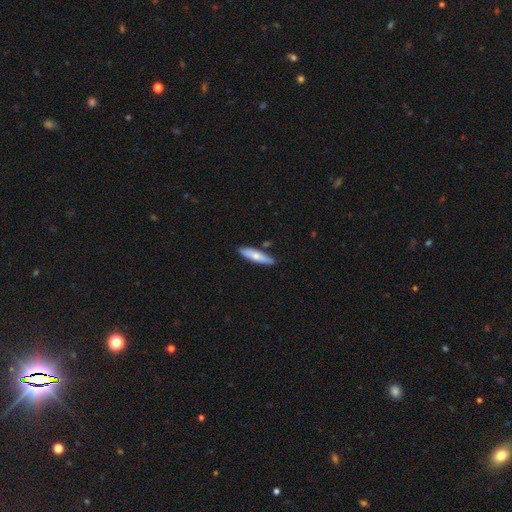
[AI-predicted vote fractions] smooth-or-featured: smooth: 66% | featured or disk: 28% | star or artifact: 6%
  how-rounded: cigar-shaped: 69% | in between: 29% | round: 2%
  merging: none: 83% | minor disturbance: 11% | merger: 3% | major disturbance: 2%